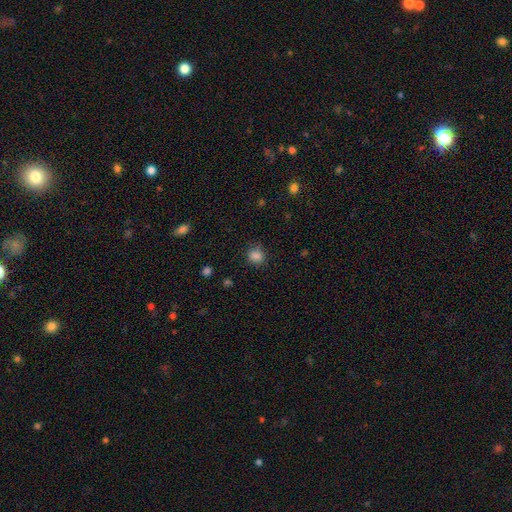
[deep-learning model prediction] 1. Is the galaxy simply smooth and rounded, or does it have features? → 83% smooth, 12% star or artifact, 5% featured or disk.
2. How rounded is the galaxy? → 68% round, 31% in between, 1% cigar-shaped.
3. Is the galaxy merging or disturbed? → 76% none, 17% minor disturbance, 4% major disturbance, 2% merger.